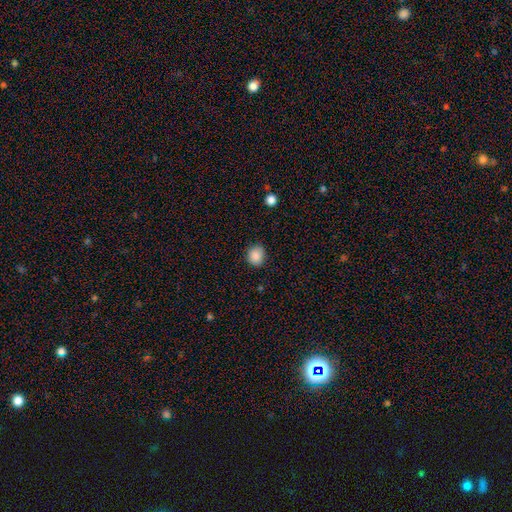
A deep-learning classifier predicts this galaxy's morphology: A smooth galaxy with no disk features (87%) that is round (75%).

Vote fractions:
- Smooth or featured? smooth: 87% / star or artifact: 9% / featured or disk: 4%
- How rounded? round: 75% / in between: 24% / cigar-shaped: 1%
- Merging? none: 78% / minor disturbance: 18% / major disturbance: 3% / merger: 1%